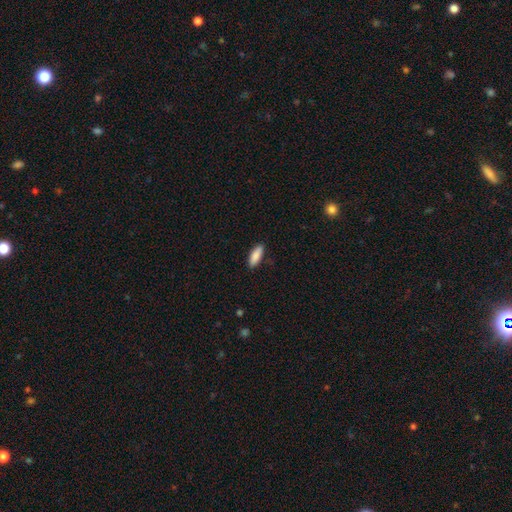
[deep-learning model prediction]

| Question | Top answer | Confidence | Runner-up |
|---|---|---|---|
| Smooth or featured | smooth | 87% | featured or disk (7%) |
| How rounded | in between | 61% | cigar-shaped (37%) |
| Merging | none | 87% | minor disturbance (10%) |